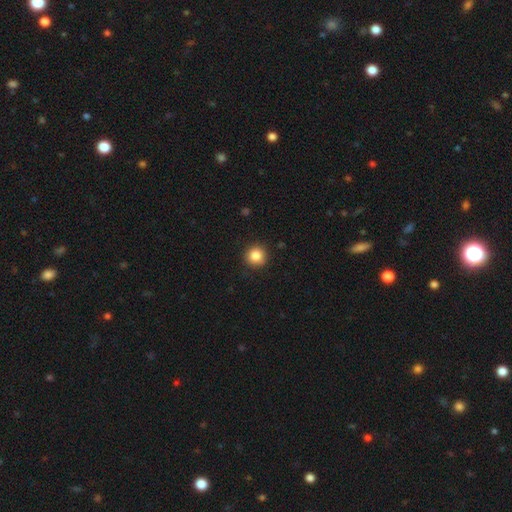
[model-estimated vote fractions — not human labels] Smooth or featured: smooth — 86% (star or artifact — 10%)
How rounded: round — 94% (in between — 5%)
Merging: none — 91% (minor disturbance — 7%)